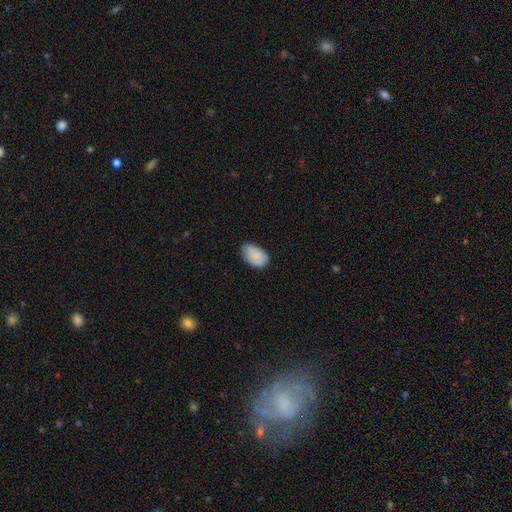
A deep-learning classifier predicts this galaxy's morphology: Overall: smooth (86%). How rounded: in between (92%). Merging: none (70%).